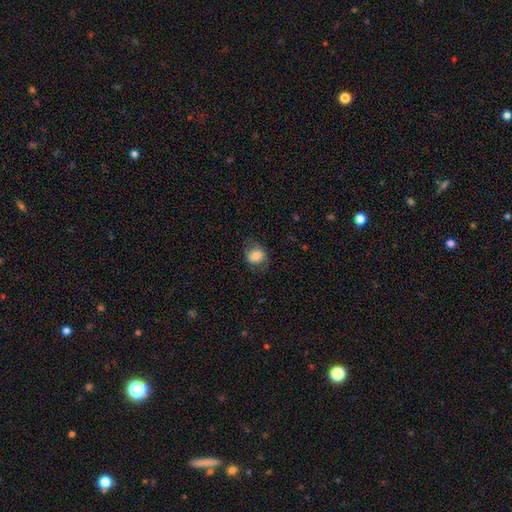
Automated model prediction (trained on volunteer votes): Smooth or featured?
  - smooth: 75% *
  - featured or disk: 16%
  - star or artifact: 9%
How rounded?
  - round: 61% *
  - in between: 38%
  - cigar-shaped: 1%
Merging?
  - none: 70% *
  - minor disturbance: 20%
  - major disturbance: 9%
  - merger: 1%